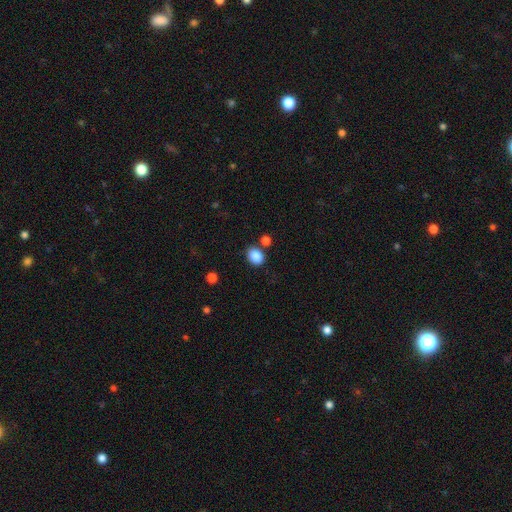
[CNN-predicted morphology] Smooth or featured: smooth — 87% (star or artifact — 9%)
How rounded: in between — 52% (round — 47%)
Merging: none — 77% (minor disturbance — 11%)